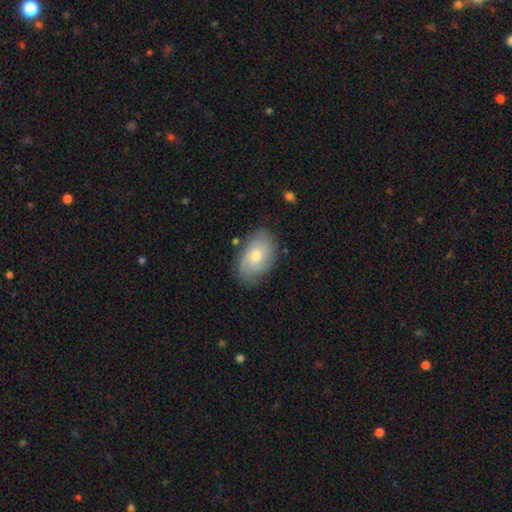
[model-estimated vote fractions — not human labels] Overall: smooth (47%; featured or disk 45%). Merging: none (78%).